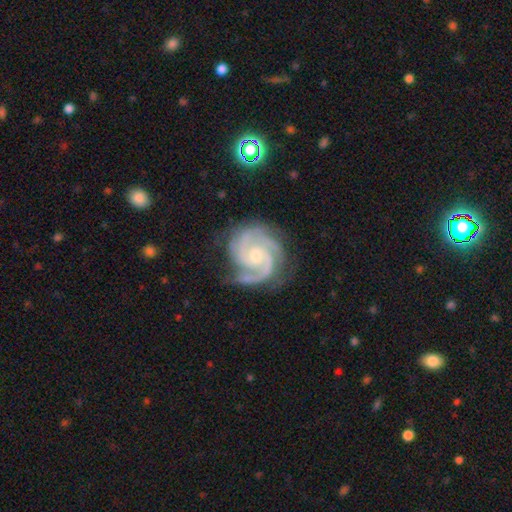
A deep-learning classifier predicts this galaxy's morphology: Q: Smooth or featured?
A: featured or disk (94%); runner-up: star or artifact (3%)
Q: Edge-on disk?
A: no (98%); runner-up: yes (2%)
Q: Bar?
A: no (68%); runner-up: weak (26%)
Q: Spiral arms?
A: yes (99%); runner-up: no (1%)
Q: Spiral winding?
A: tight (65%); runner-up: medium (32%)
Q: Spiral arm count?
A: 3 (58%); runner-up: 2 (26%)
Q: Bulge size?
A: small (62%); runner-up: moderate (34%)
Q: Merging?
A: none (76%); runner-up: minor disturbance (17%)